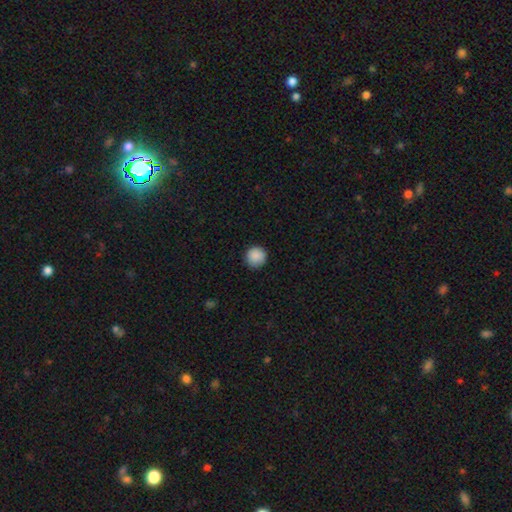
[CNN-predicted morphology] This appears to be a smooth galaxy with no disk features (89%) that is round (94%). Merging: none (89%).